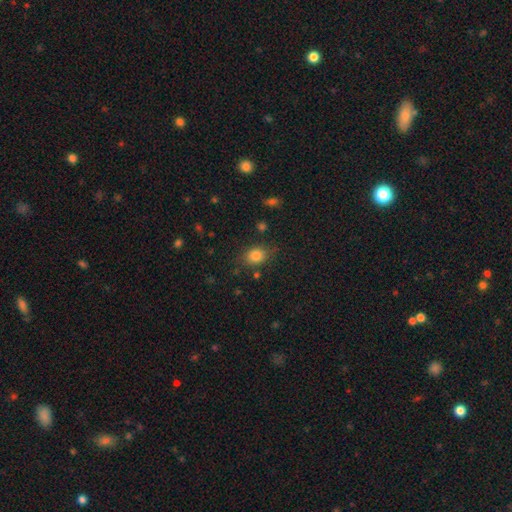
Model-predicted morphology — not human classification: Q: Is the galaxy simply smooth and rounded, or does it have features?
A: smooth — 83%.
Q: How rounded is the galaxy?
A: in between — 58%.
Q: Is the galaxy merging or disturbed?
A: none — 77%.